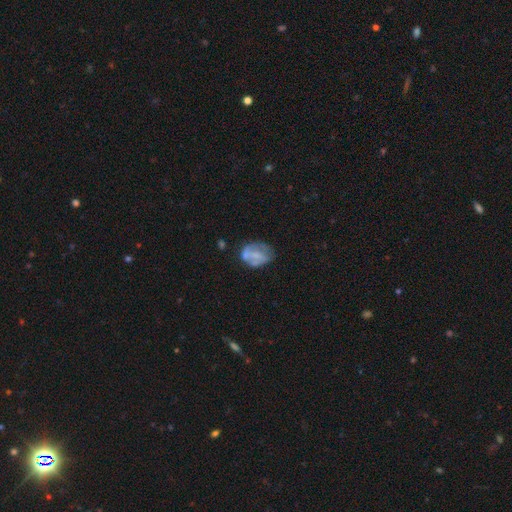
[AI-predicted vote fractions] Overall: smooth (46%; featured or disk 45%). Merging: none (43%; minor disturbance 30%).